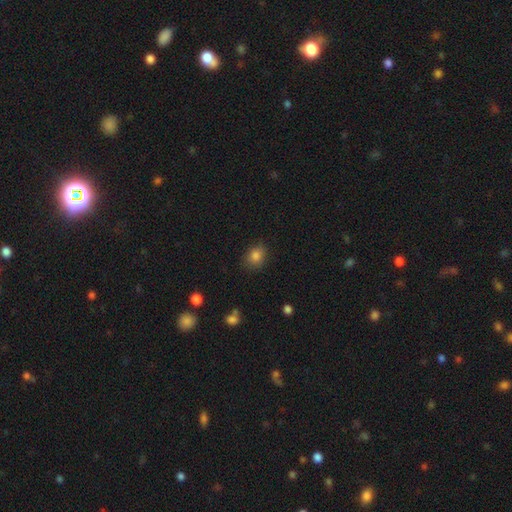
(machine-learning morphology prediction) A smooth galaxy with no disk features (84%) that is round (51%).

Vote fractions:
- Smooth or featured? smooth: 84% / star or artifact: 10% / featured or disk: 6%
- How rounded? round: 51% / in between: 48% / cigar-shaped: 1%
- Merging? none: 80% / minor disturbance: 16% / major disturbance: 3% / merger: 1%